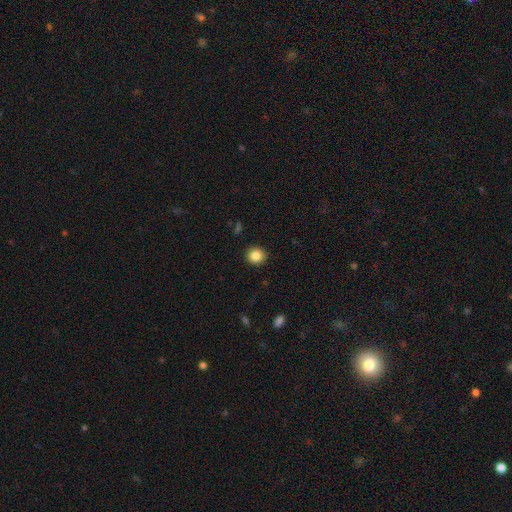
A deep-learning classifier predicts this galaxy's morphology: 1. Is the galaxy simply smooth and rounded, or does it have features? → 85% smooth, 10% star or artifact, 5% featured or disk.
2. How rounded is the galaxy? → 84% round, 15% in between, 1% cigar-shaped.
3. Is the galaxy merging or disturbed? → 91% none, 6% minor disturbance, 2% major disturbance, 1% merger.